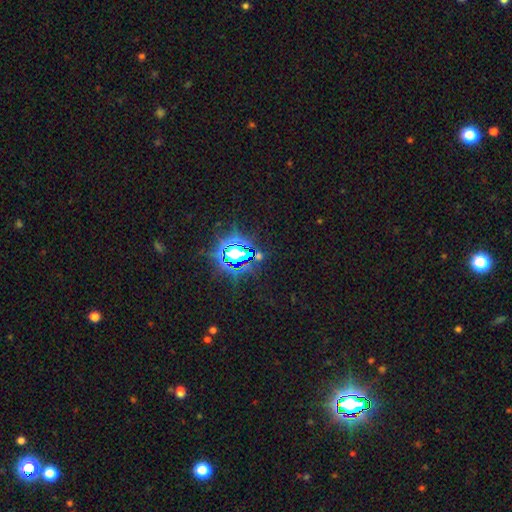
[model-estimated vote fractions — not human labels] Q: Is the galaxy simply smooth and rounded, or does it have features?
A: star or artifact — 80%.